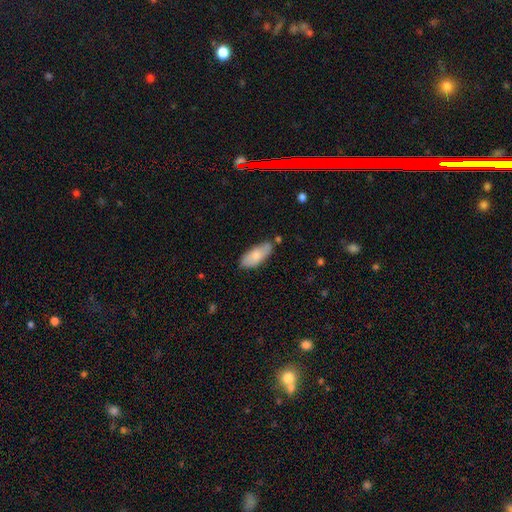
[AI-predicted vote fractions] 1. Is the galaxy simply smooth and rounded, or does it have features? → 79% smooth, 15% featured or disk, 6% star or artifact.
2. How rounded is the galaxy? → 85% in between, 13% cigar-shaped, 2% round.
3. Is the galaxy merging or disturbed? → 65% none, 24% minor disturbance, 6% merger, 4% major disturbance.